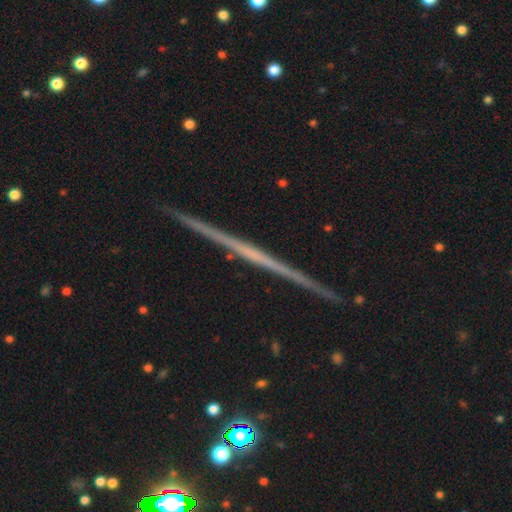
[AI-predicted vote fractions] This appears to be a featured or disk galaxy (78%) viewed edge-on (98%) with no central bulge (80%). Merging: none (92%).